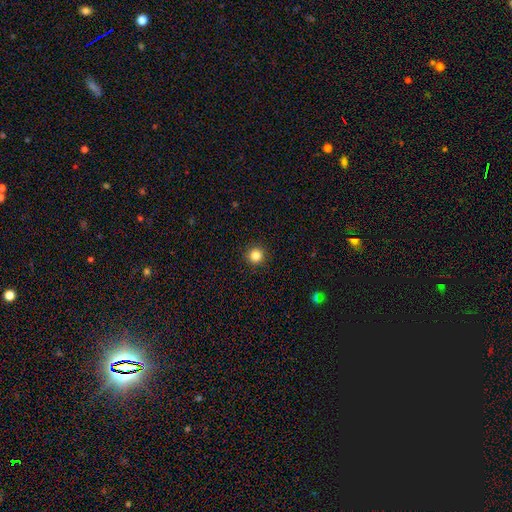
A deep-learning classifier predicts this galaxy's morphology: A smooth galaxy with no disk features (85%) that is round (95%).

Vote fractions:
- Smooth or featured? smooth: 85% / star or artifact: 11% / featured or disk: 4%
- How rounded? round: 95% / in between: 4% / cigar-shaped: 1%
- Merging? none: 93% / minor disturbance: 5% / major disturbance: 2% / merger: 1%